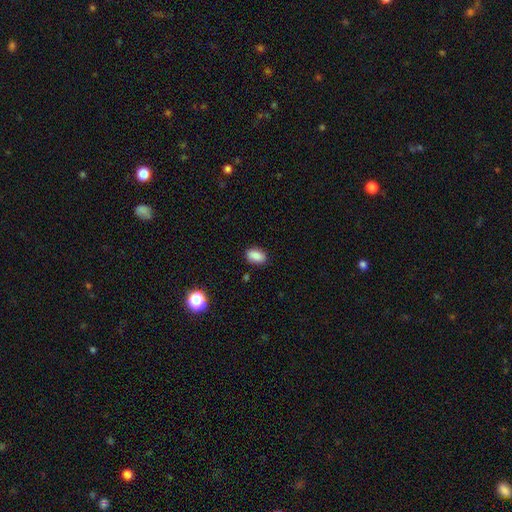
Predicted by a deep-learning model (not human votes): Smooth or featured: smooth — 86% (star or artifact — 9%)
How rounded: in between — 87% (round — 11%)
Merging: none — 87% (minor disturbance — 10%)